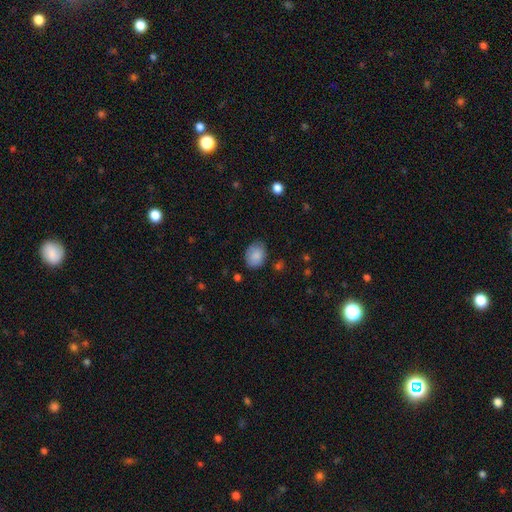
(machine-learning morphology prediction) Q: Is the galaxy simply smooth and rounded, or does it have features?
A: smooth — 85%.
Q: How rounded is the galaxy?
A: in between — 67%.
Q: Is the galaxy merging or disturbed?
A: none — 75%.